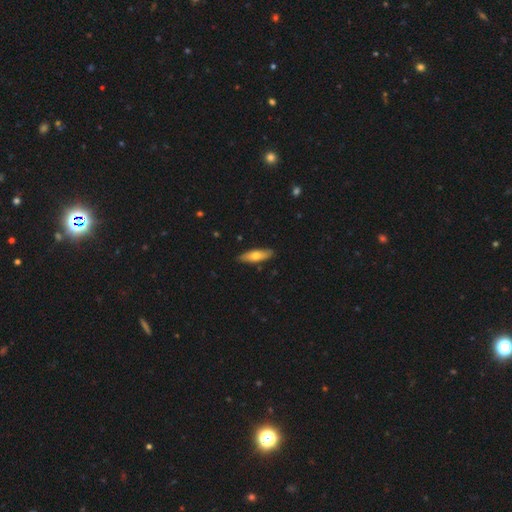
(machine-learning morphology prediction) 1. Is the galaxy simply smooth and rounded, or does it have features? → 61% smooth, 33% featured or disk, 6% star or artifact.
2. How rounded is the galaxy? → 53% cigar-shaped, 45% in between, 2% round.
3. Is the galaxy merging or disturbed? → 88% none, 9% minor disturbance, 2% major disturbance, 1% merger.